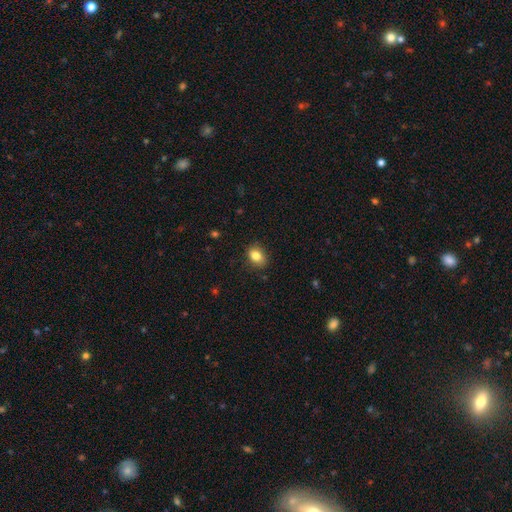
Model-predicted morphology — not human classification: Overall: smooth (84%). How rounded: in between (72%). Merging: none (85%).